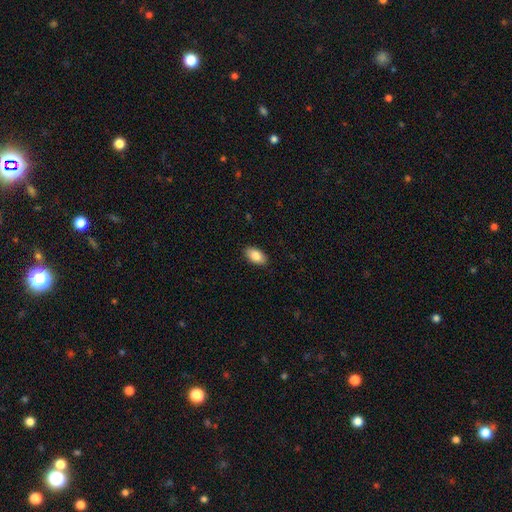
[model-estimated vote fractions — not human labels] smooth-or-featured: smooth: 85% | featured or disk: 8% | star or artifact: 7%
  how-rounded: in between: 93% | round: 4% | cigar-shaped: 2%
  merging: none: 89% | minor disturbance: 8% | major disturbance: 2% | merger: 1%